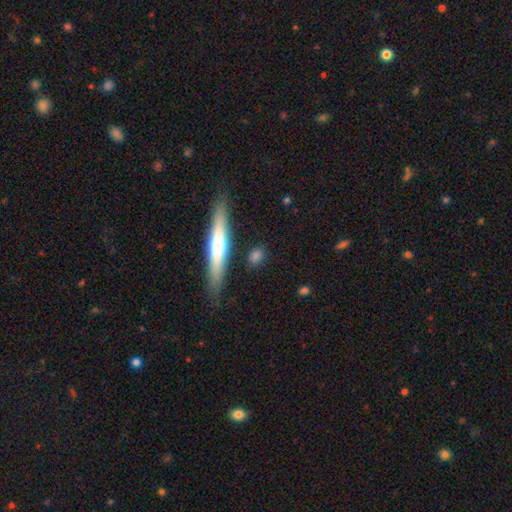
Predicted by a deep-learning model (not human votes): Overall: smooth (65%; featured or disk 27%). How rounded: cigar-shaped (54%; in between 28%). Merging: none (85%).